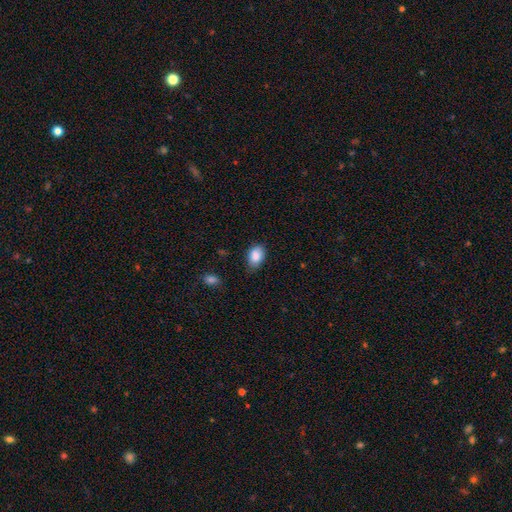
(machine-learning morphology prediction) The model was most divided on "merging": none: 70%, minor disturbance: 24%, major disturbance: 4%, merger: 2%. More confident: smooth or featured — smooth (87%); how rounded — in between (84%).